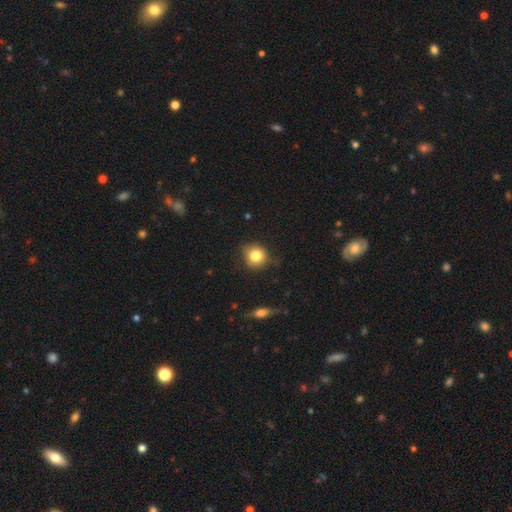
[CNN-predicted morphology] Overall: smooth (79%). How rounded: round (86%). Merging: none (75%).